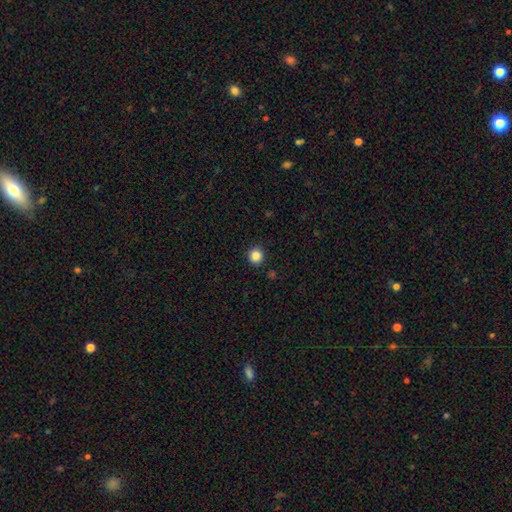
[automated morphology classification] The model was most divided on "smooth or featured": smooth: 85%, star or artifact: 11%, featured or disk: 4%. More confident: how rounded — round (94%); merging — none (92%).